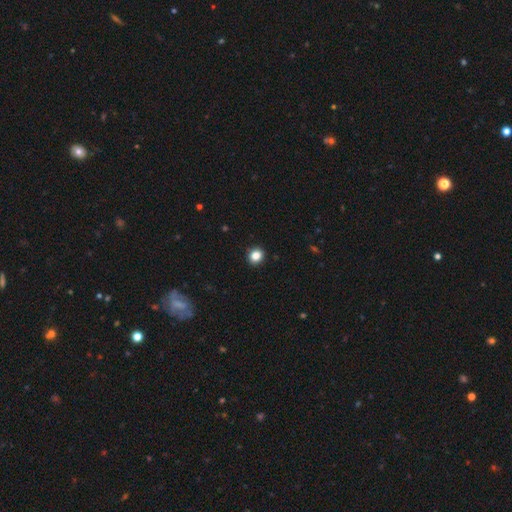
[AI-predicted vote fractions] A smooth galaxy with no disk features (85%) that is round (80%).

Vote fractions:
- Smooth or featured? smooth: 85% / star or artifact: 11% / featured or disk: 4%
- How rounded? round: 80% / in between: 19% / cigar-shaped: 1%
- Merging? none: 92% / minor disturbance: 5% / major disturbance: 2% / merger: 1%